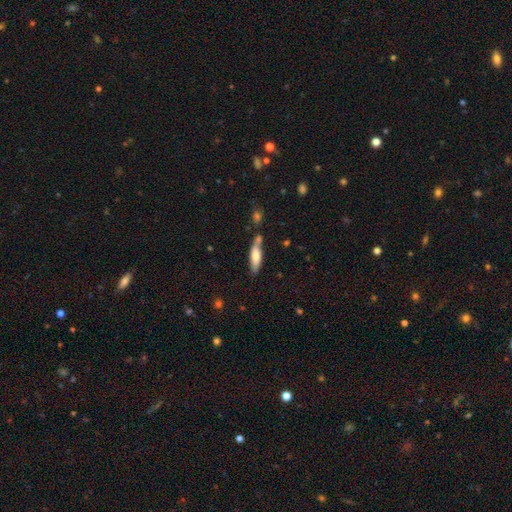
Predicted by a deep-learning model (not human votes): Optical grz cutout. It shows a smooth galaxy with no disk features (67%) that is cigar-shaped (64%). Merging: none (60%).